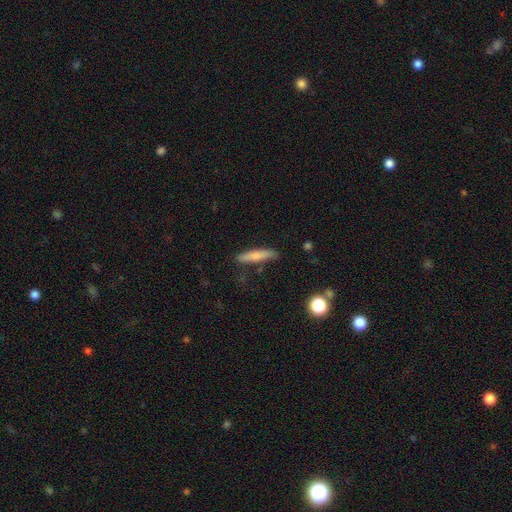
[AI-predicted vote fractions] This is likely a smooth galaxy (67%). How rounded: clearly cigar-shaped (87%). Merging: clearly none (81%).